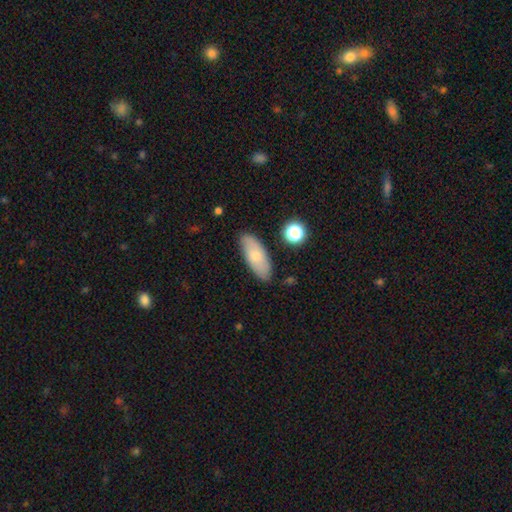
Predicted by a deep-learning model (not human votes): This appears to be a smooth galaxy with no disk features (69%) that is in between round and cigar-shaped (80%). Merging: none (81%).